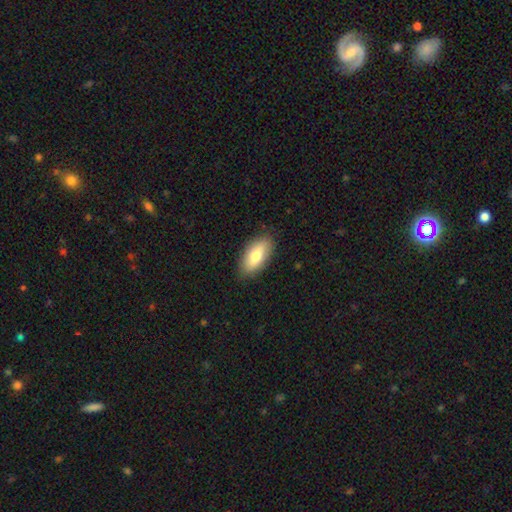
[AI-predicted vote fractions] Smooth or featured: smooth — 75% (featured or disk — 19%)
How rounded: in between — 88% (cigar-shaped — 9%)
Merging: none — 87% (minor disturbance — 10%)